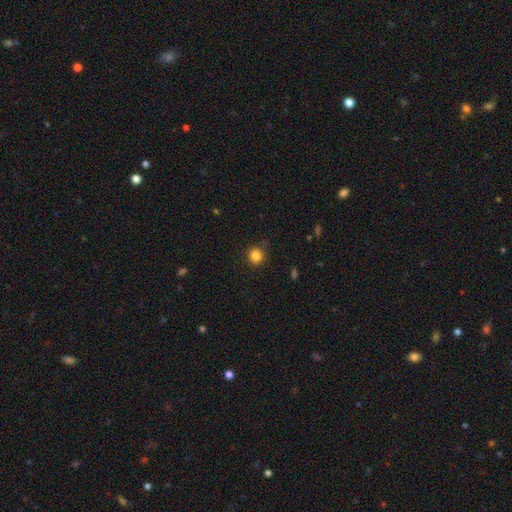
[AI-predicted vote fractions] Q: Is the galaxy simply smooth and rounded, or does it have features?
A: smooth — 84%.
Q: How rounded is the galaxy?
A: round — 92%.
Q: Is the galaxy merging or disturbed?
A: none — 86%.